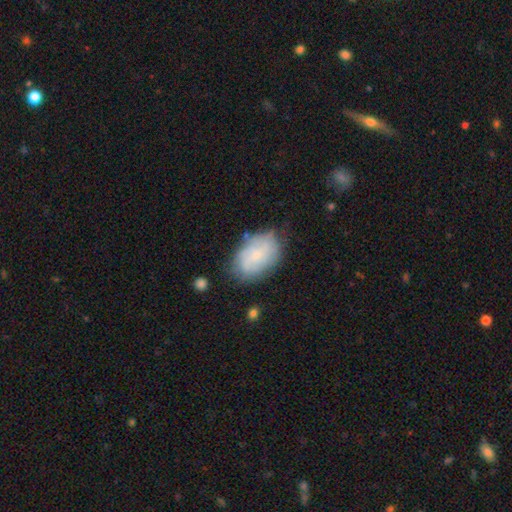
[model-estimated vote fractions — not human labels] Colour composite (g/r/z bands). It shows a smooth galaxy with no disk features (50%). Merging: none (69%).